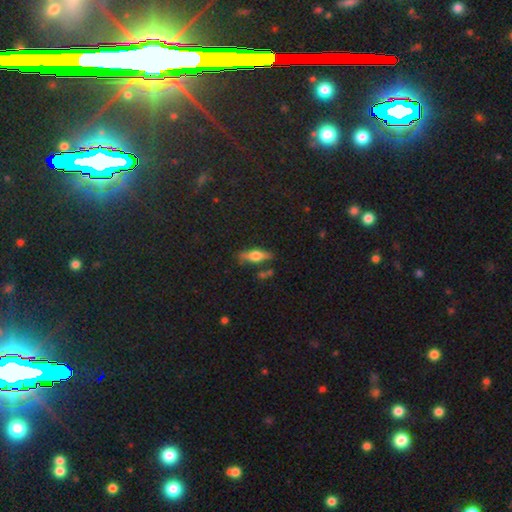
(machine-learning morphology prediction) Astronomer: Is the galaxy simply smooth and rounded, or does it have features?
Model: featured or disk — 52% (runner-up: smooth, 40%).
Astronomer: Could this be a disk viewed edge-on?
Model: yes — 91%.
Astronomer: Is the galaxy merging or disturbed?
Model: none — 78%.